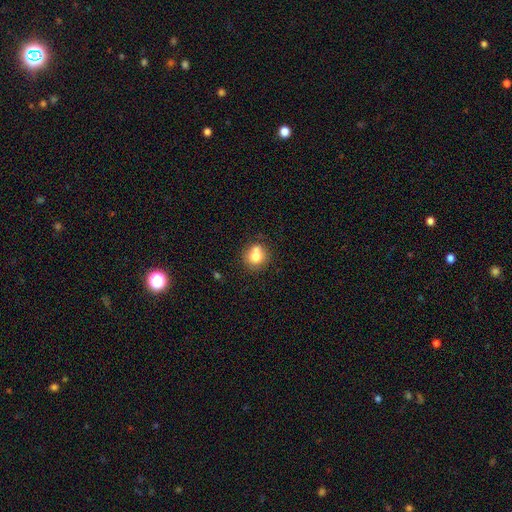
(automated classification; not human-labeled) Smooth or featured: smooth — 77% (featured or disk — 13%)
How rounded: round — 84% (in between — 15%)
Merging: none — 61% (merger — 19%)